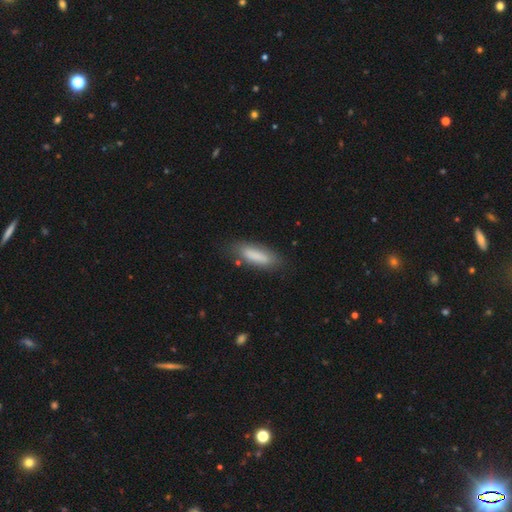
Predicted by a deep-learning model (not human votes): A smooth galaxy with no disk features (81%) that is in between round and cigar-shaped (50%).

Vote fractions:
- Smooth or featured? smooth: 81% / featured or disk: 12% / star or artifact: 7%
- How rounded? in between: 50% / cigar-shaped: 49% / round: 2%
- Merging? none: 75% / minor disturbance: 18% / major disturbance: 5% / merger: 3%